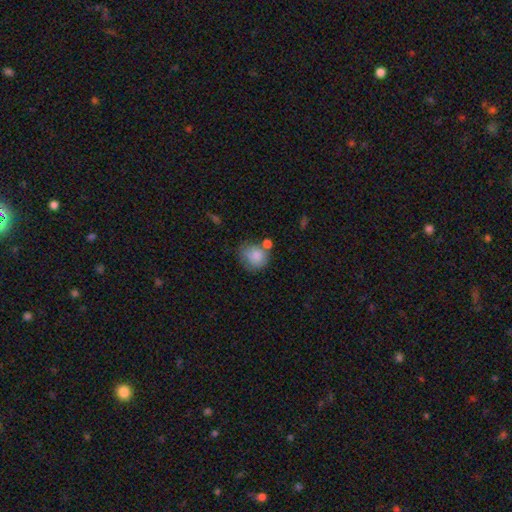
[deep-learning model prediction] smooth-or-featured: smooth: 82% | featured or disk: 10% | star or artifact: 8%
  how-rounded: round: 76% | in between: 23% | cigar-shaped: 1%
  merging: none: 50% | minor disturbance: 23% | merger: 18% | major disturbance: 10%